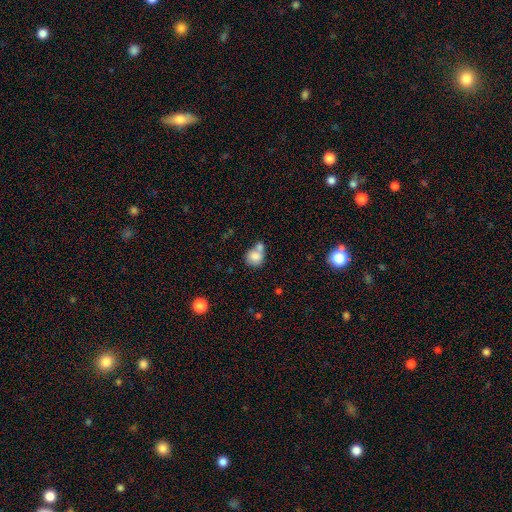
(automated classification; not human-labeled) Smooth or featured: smooth — 80% (featured or disk — 10%)
How rounded: round — 76% (in between — 23%)
Merging: merger — 47% (none — 37%)